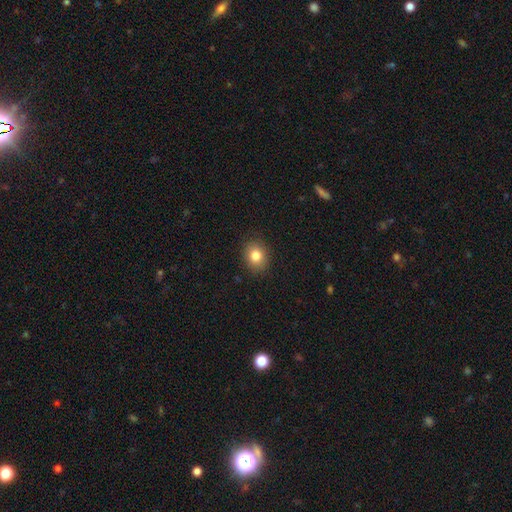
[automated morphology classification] Smooth or featured? smooth (82%)
How rounded? round (63%)
Merging? none (89%)